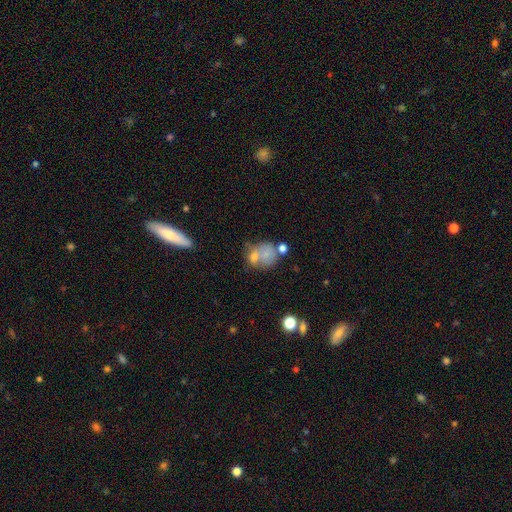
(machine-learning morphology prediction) The model was most divided on "merging": none: 41%, merger: 32%, minor disturbance: 17%, major disturbance: 9%. More confident: smooth or featured — smooth (58%); how rounded — round (54%).